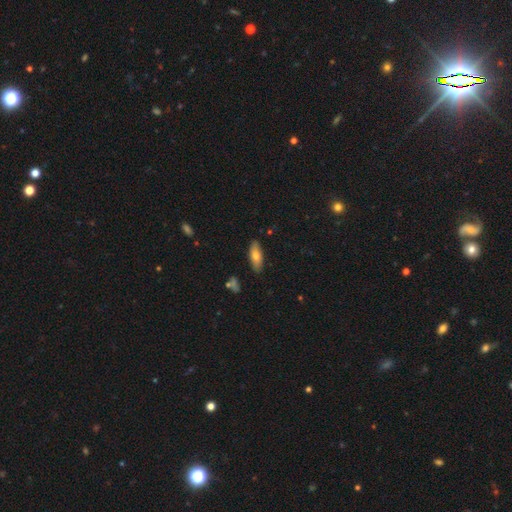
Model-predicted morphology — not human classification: smooth_or_featured: smooth (p=0.71) [alt: featured or disk p=0.22]
how_rounded: in between (p=0.65) [alt: cigar-shaped p=0.32]
merging: none (p=0.85) [alt: minor disturbance p=0.11]